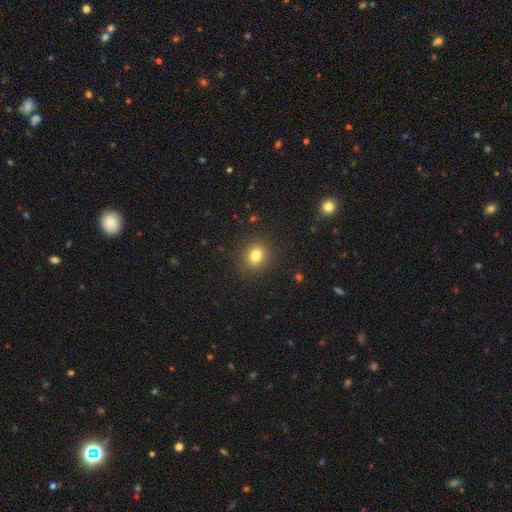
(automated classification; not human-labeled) Q: Smooth or featured?
A: smooth (80%); runner-up: star or artifact (13%)
Q: How rounded?
A: round (77%); runner-up: in between (22%)
Q: Merging?
A: none (89%); runner-up: minor disturbance (7%)